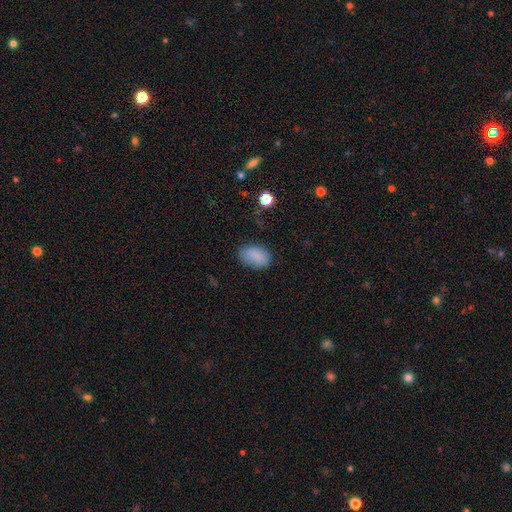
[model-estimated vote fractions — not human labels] Morphology: type=smooth (85%); roundness=in between (89%); merging=none (76%).